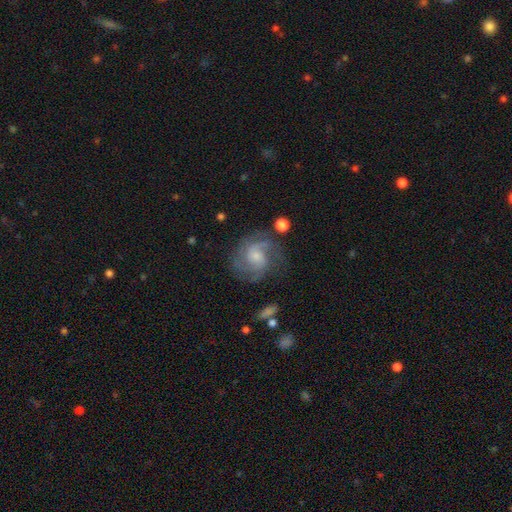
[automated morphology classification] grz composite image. It shows a featured or disk galaxy (78%) with no bar (60%), 2 (33%) medium (47%) spiral arms (94%) and a small central bulge (50%). Merging: none (68%).